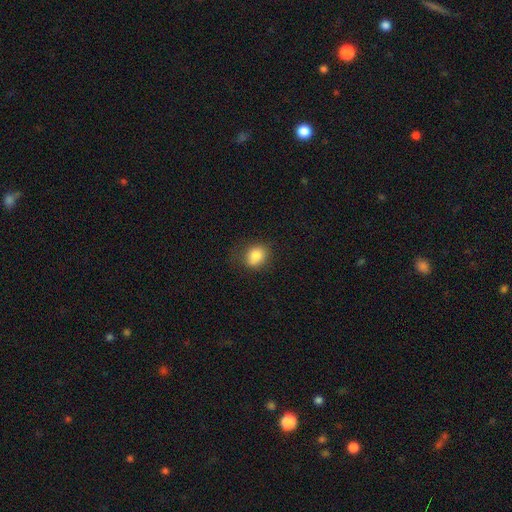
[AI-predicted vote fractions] Smooth or featured: smooth — 85% (star or artifact — 9%)
How rounded: round — 53% (in between — 46%)
Merging: none — 72% (minor disturbance — 20%)